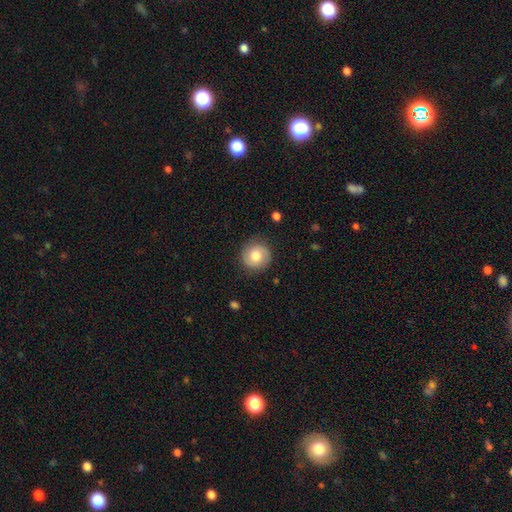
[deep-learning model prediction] The model was most divided on "smooth or featured": smooth: 71%, featured or disk: 21%, star or artifact: 8%. More confident: how rounded — round (92%); merging — none (86%).